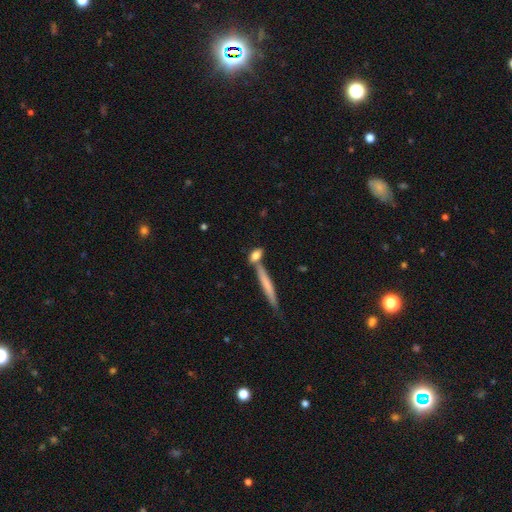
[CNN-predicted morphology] A smooth galaxy with no disk features (73%) that is in between round and cigar-shaped (46%). Merging: none (55%).